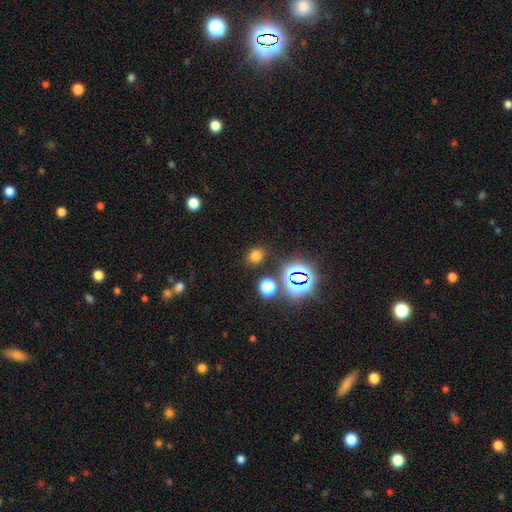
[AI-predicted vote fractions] smooth 69%, star or artifact 25%, featured or disk 6%. Down the decision tree: how rounded — round (66%); merging — none (85%).